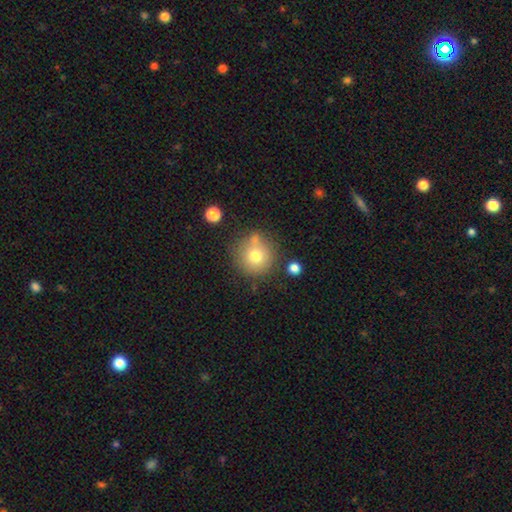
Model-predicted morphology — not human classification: The model was most divided on "merging": none: 67%, minor disturbance: 15%, merger: 12%, major disturbance: 5%. More confident: how rounded — round (93%); smooth or featured — smooth (74%).